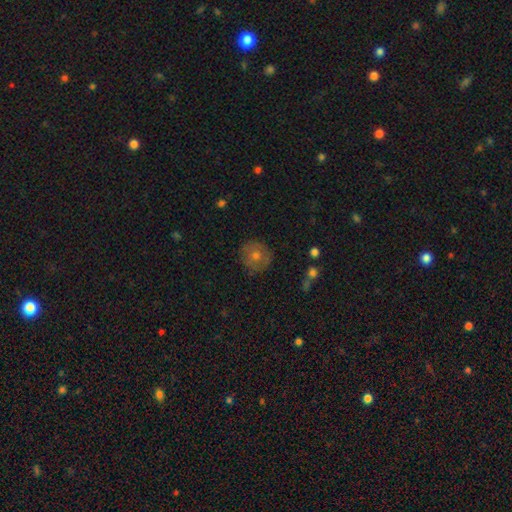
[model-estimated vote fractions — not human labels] A smooth galaxy with no disk features (61%) that is round (92%).

Vote fractions:
- Smooth or featured? smooth: 61% / featured or disk: 27% / star or artifact: 12%
- How rounded? round: 92% / in between: 7% / cigar-shaped: 1%
- Merging? none: 84% / minor disturbance: 12% / major disturbance: 3% / merger: 1%